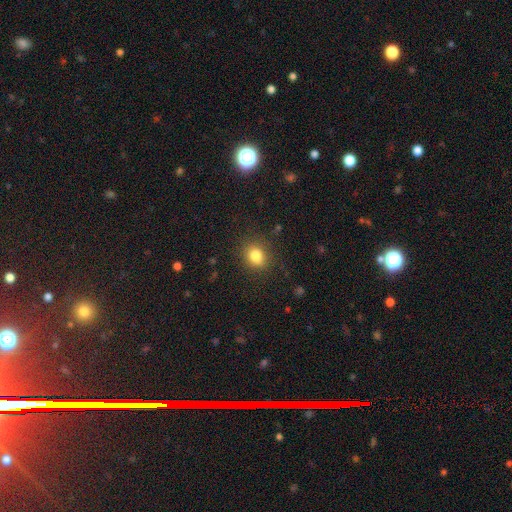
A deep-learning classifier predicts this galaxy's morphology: type=smooth (82%); roundness=round (60%); merging=none (85%).